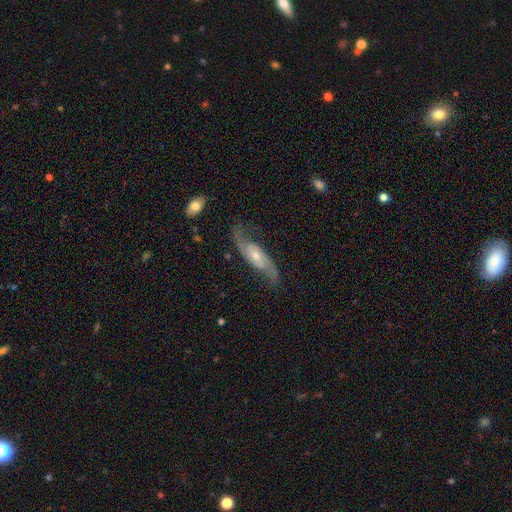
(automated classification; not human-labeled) Smooth or featured?
  - featured or disk: 85% *
  - smooth: 10%
  - star or artifact: 5%
Edge-on disk?
  - no: 87% *
  - yes: 13%
Bar?
  - no: 53% *
  - weak: 34%
  - strong: 13%
Spiral arms?
  - yes: 95% *
  - no: 5%
Spiral winding?
  - loose: 50% *
  - medium: 37%
  - tight: 13%
Spiral arm count?
  - 2: 90% *
  - can't tell: 4%
  - 1: 2%
  - 3: 1%
  - 4: 1%
  - more than 4: 1%
Bulge size?
  - small: 55% *
  - moderate: 39%
  - large: 3%
  - none: 2%
  - dominant: 1%
Merging?
  - none: 74% *
  - minor disturbance: 16%
  - major disturbance: 8%
  - merger: 2%